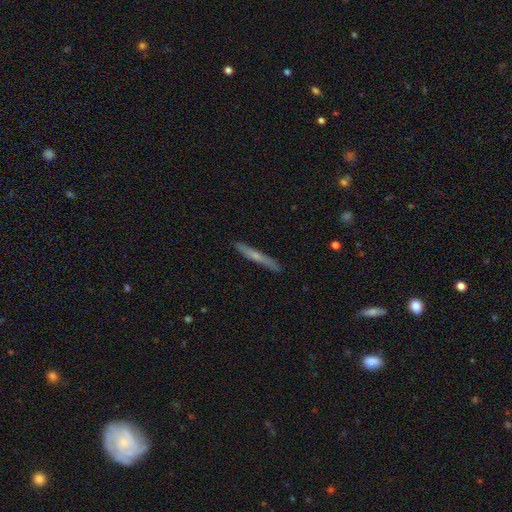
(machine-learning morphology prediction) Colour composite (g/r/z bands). It shows a smooth galaxy with no disk features (47%). Merging: none (89%).